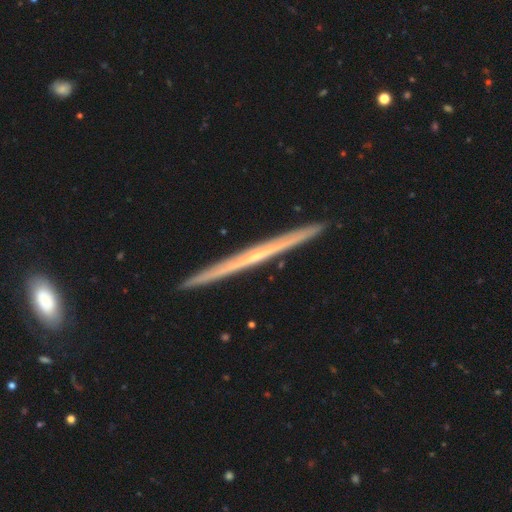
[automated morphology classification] This appears to be a featured or disk galaxy (73%) viewed edge-on (98%) with no central bulge (73%). Merging: none (92%).